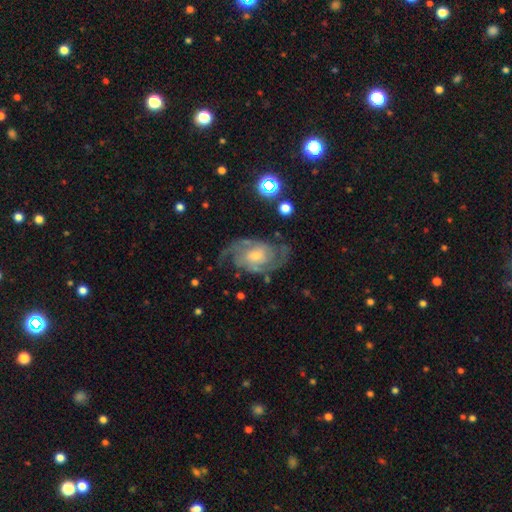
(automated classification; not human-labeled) Smooth or featured? featured or disk (86%)
Edge-on disk? no (97%)
Bar? no (61%)
Spiral arms? yes (96%)
Spiral winding? medium (46%)
Spiral arm count? 2 (69%)
Bulge size? small (48%)
Merging? none (72%)